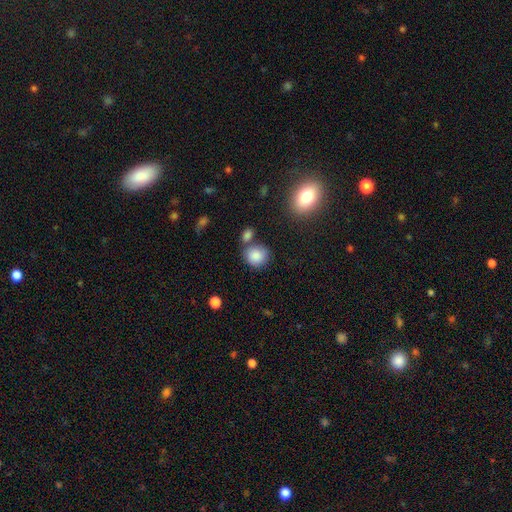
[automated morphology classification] This is clearly a smooth galaxy (86%). How rounded: likely round (77%). Merging: likely none (62%).